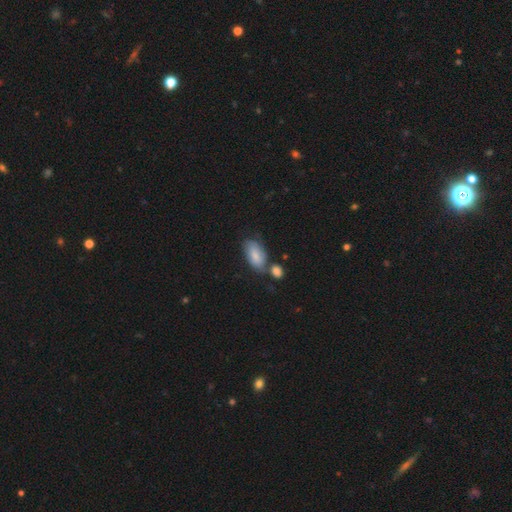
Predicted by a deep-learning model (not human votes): Overall: smooth (74%). How rounded: in between (92%). Merging: none (45%; merger 26%).